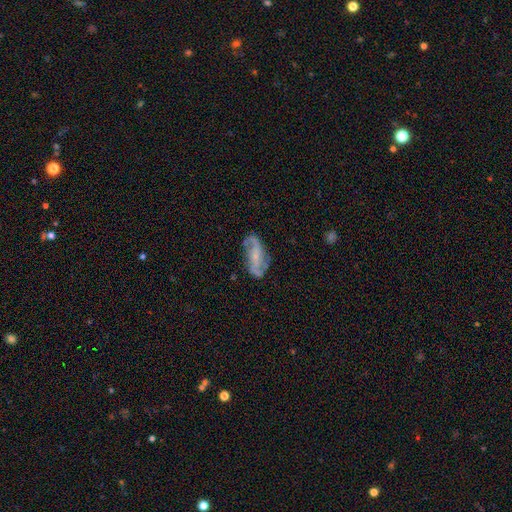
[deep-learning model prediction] A featured or disk galaxy (80%) with no bar (49%), 2 (80%) loose (45%) spiral arms (93%) and a small central bulge (69%).

Vote fractions:
- Smooth or featured? featured or disk: 80% / smooth: 14% / star or artifact: 7%
- Edge-on disk? no: 94% / yes: 6%
- Bar? no: 49% / weak: 34% / strong: 17%
- Spiral arms? yes: 93% / no: 7%
- Spiral winding? loose: 45% / medium: 38% / tight: 17%
- Spiral arm count? 2: 80% / can't tell: 8% / 3: 6% / 1: 3% / 4: 2% / more than 4: 2%
- Bulge size? small: 69% / moderate: 22% / none: 7% / large: 1% / dominant: 1%
- Merging? none: 68% / minor disturbance: 21% / major disturbance: 9% / merger: 2%